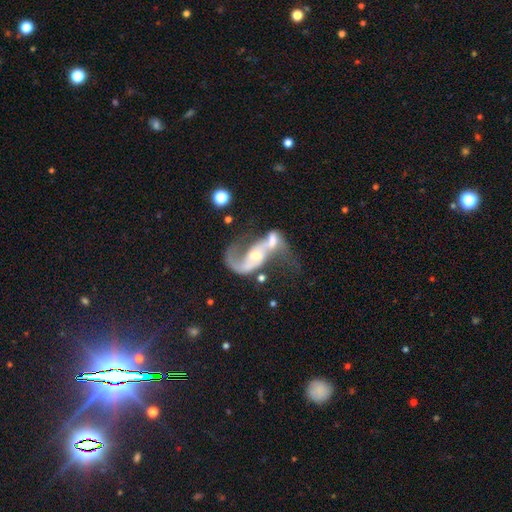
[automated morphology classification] This appears to be a featured or disk galaxy (82%) with no bar (45%), 2 (71%) loose (69%) spiral arms (88%) and a moderate central bulge (46%). Merging: merger (59%).